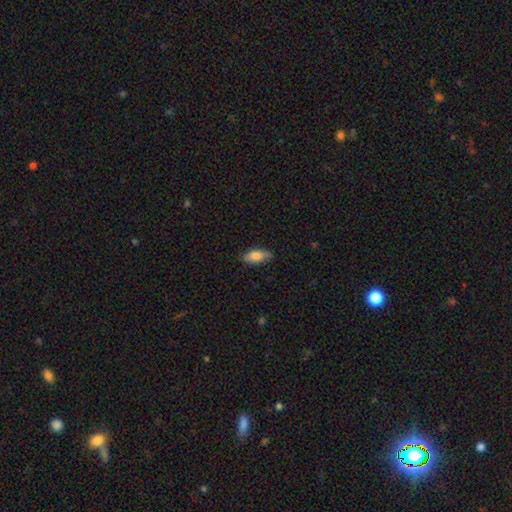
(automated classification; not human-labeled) This appears to be a smooth galaxy with no disk features (78%) that is in between round and cigar-shaped (85%). Merging: none (76%).